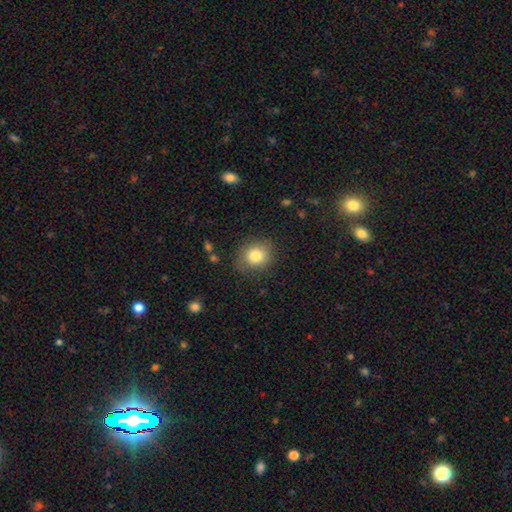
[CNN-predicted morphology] Smooth or featured?
  - smooth: 81% *
  - star or artifact: 10%
  - featured or disk: 9%
How rounded?
  - round: 77% *
  - in between: 23%
  - cigar-shaped: 1%
Merging?
  - none: 78% *
  - minor disturbance: 16%
  - major disturbance: 4%
  - merger: 2%